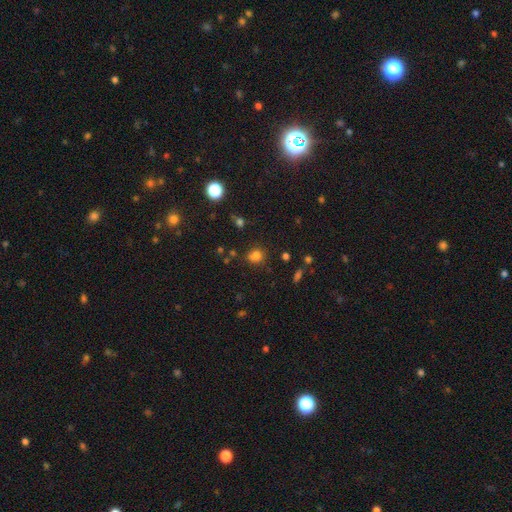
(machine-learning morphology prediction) Smooth or featured: smooth — 76% (star or artifact — 18%)
How rounded: round — 72% (in between — 27%)
Merging: none — 76% (minor disturbance — 14%)